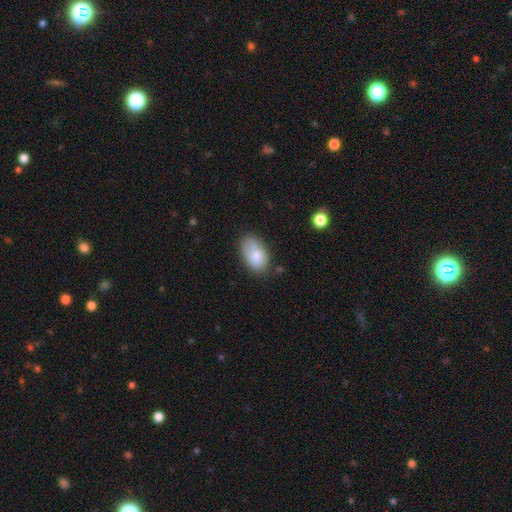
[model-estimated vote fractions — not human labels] Morphology: type=smooth (76%); roundness=in between (90%); merging=none (59%).